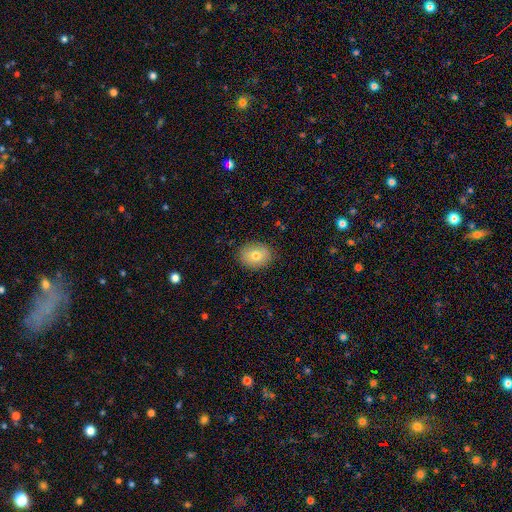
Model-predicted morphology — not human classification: type=smooth (76%); roundness=round (51%); merging=none (86%).